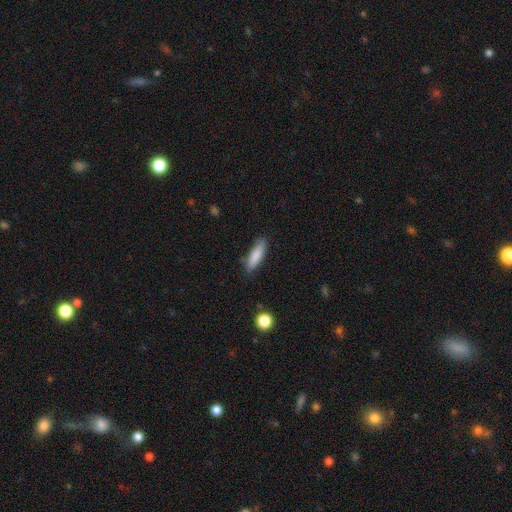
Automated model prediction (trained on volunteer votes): Morphology: type=smooth (84%); roundness=cigar-shaped (58%); merging=none (82%).